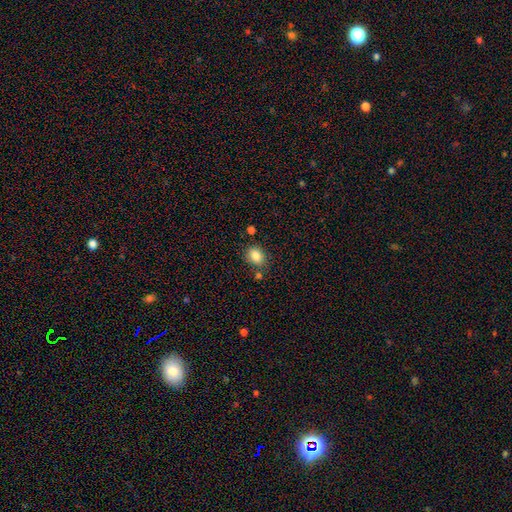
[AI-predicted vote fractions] This appears to be a smooth galaxy with no disk features (85%) that is in between round and cigar-shaped (68%). Merging: none (75%).